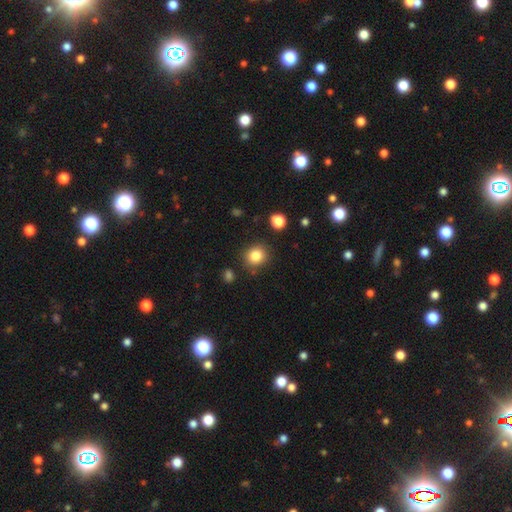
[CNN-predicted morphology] smooth 84%, star or artifact 11%, featured or disk 6%. Down the decision tree: how rounded — round (84%); merging — none (85%).